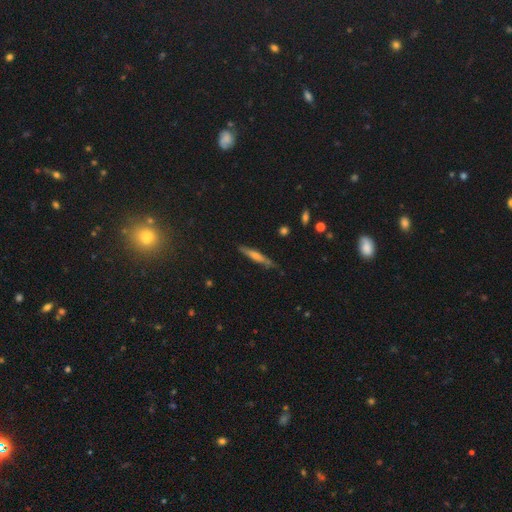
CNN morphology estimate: featured or disk 57%, smooth 35%, star or artifact 9%. Down the decision tree: edge-on disk — yes (95%); edge-on bulge — rounded (70%); merging — none (82%).